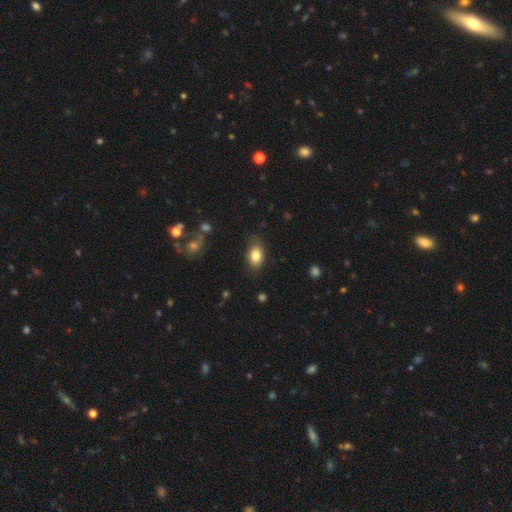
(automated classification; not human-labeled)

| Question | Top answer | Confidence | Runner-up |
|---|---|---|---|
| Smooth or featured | smooth | 83% | featured or disk (9%) |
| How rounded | in between | 83% | round (15%) |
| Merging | none | 77% | minor disturbance (17%) |